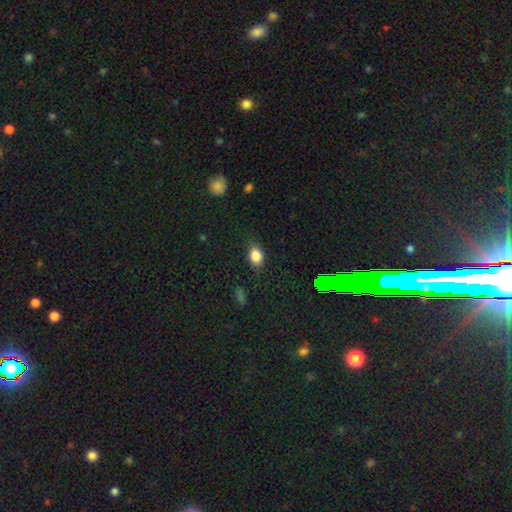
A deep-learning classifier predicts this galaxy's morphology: smooth_or_featured: smooth (p=0.83) [alt: star or artifact p=0.10]
how_rounded: in between (p=0.70) [alt: round p=0.28]
merging: none (p=0.79) [alt: minor disturbance p=0.16]